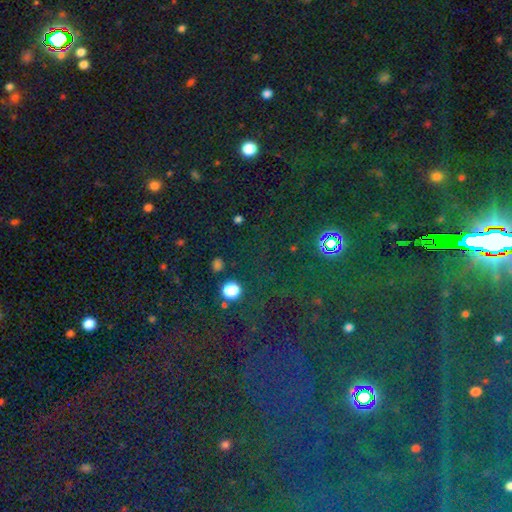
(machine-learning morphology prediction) smooth_or_featured: star or artifact (p=0.77) [alt: smooth p=0.15]